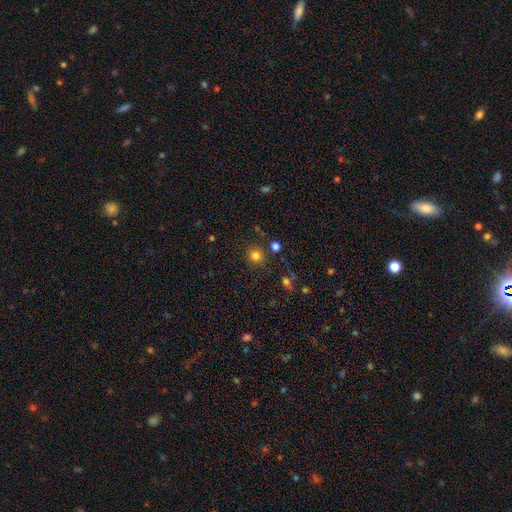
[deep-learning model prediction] Smooth or featured: smooth — 80% (star or artifact — 14%)
How rounded: round — 90% (in between — 9%)
Merging: none — 83% (minor disturbance — 9%)